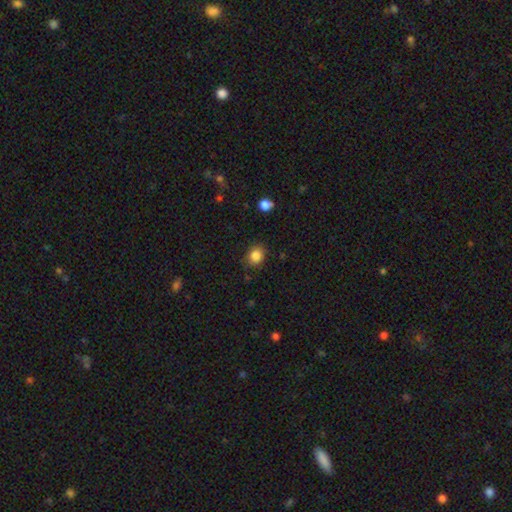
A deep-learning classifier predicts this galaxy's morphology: Smooth or featured: smooth — 85% (star or artifact — 11%)
How rounded: round — 69% (in between — 30%)
Merging: none — 83% (minor disturbance — 13%)